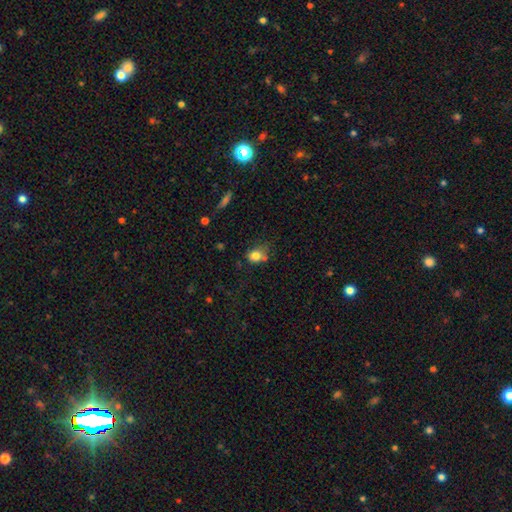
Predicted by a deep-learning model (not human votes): Smooth or featured? Predicted: smooth (p=0.79). How rounded? Predicted: round (p=0.52). Merging? Predicted: none (p=0.47).